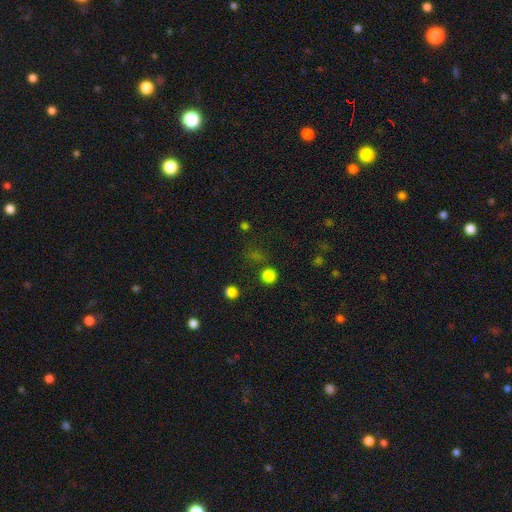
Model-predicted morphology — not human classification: This appears to be a smooth galaxy with no disk features (48%). Merging: none (76%).